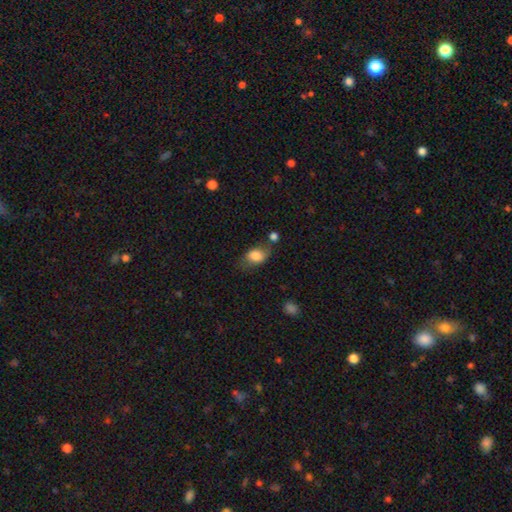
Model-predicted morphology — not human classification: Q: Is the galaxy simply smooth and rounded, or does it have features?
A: smooth — 78%.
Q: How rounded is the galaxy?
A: in between — 81%.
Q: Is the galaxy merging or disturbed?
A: none — 54%.